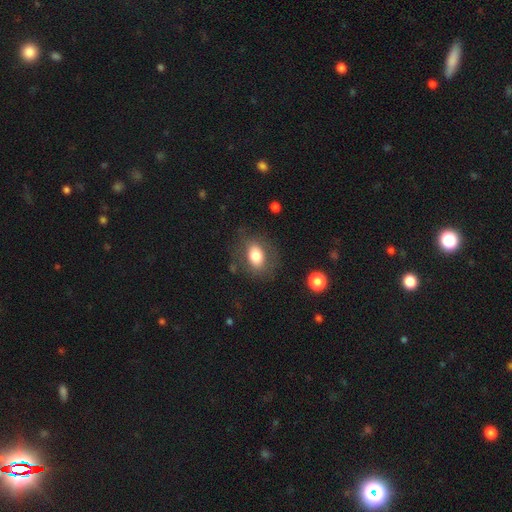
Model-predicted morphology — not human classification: The model was most divided on "how rounded": in between: 73%, round: 25%, cigar-shaped: 2%. More confident: smooth or featured — smooth (76%); merging — none (74%).